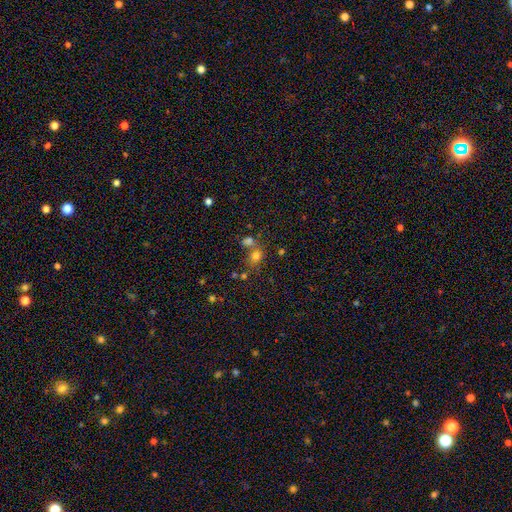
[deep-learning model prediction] smooth-or-featured: smooth: 70% | star or artifact: 20% | featured or disk: 11%
  how-rounded: round: 60% | in between: 39% | cigar-shaped: 1%
  merging: none: 47% | merger: 37% | minor disturbance: 11% | major disturbance: 6%